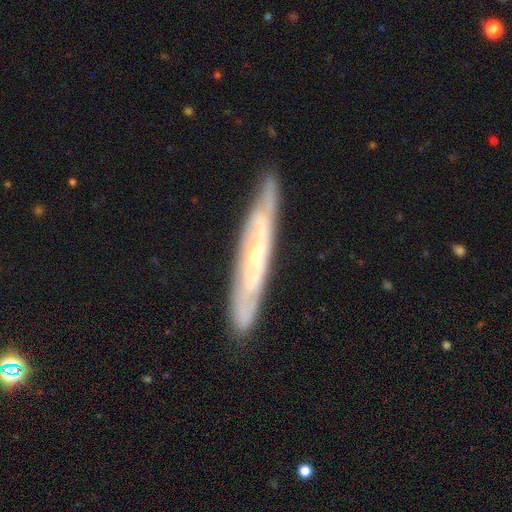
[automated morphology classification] Smooth or featured? featured or disk (75%)
Edge-on disk? yes (59%)
Merging? none (84%)